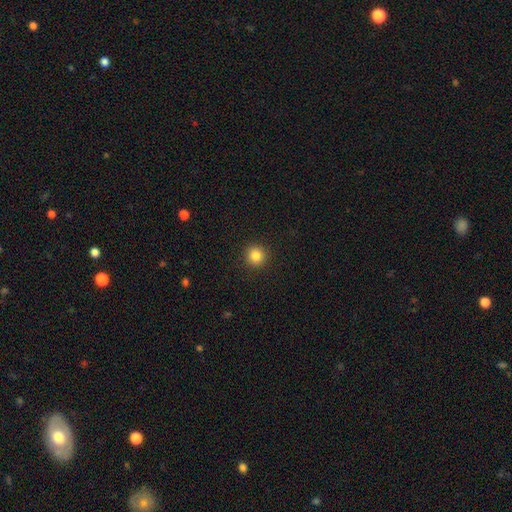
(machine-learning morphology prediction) A smooth galaxy with no disk features (84%) that is round (94%). Merging: none (92%).